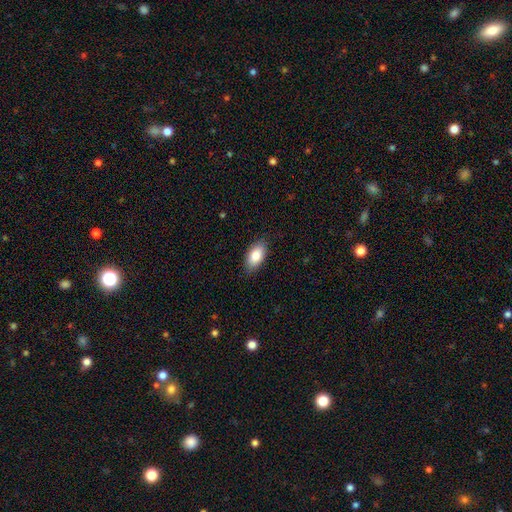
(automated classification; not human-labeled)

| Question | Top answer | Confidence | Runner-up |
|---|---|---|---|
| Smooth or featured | smooth | 85% | featured or disk (9%) |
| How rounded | in between | 93% | cigar-shaped (4%) |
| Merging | none | 85% | minor disturbance (11%) |